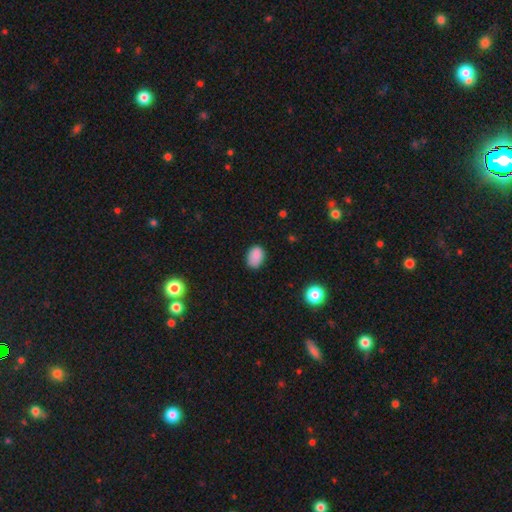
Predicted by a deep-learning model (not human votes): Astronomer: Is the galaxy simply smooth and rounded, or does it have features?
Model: smooth — 87%.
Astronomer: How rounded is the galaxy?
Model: in between — 81%.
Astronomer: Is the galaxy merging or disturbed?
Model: none — 78%.